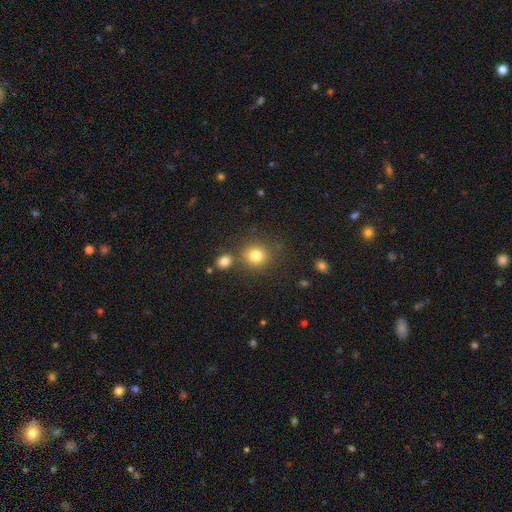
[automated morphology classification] Smooth or featured?
  - smooth: 80% *
  - star or artifact: 13%
  - featured or disk: 7%
How rounded?
  - round: 88% *
  - in between: 11%
  - cigar-shaped: 1%
Merging?
  - none: 75% *
  - merger: 12%
  - minor disturbance: 9%
  - major disturbance: 4%